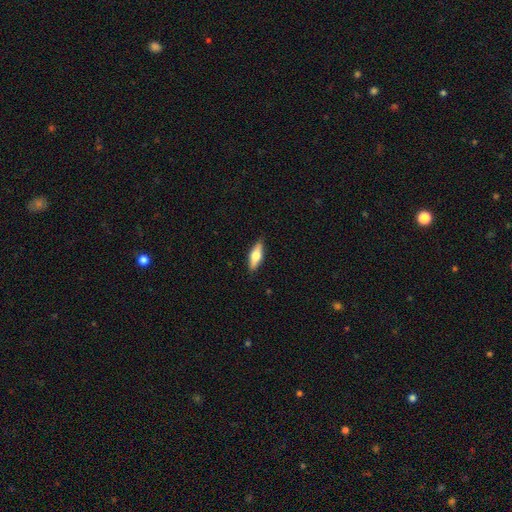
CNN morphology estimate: type=smooth (56%); roundness=in between (55%); merging=none (88%).